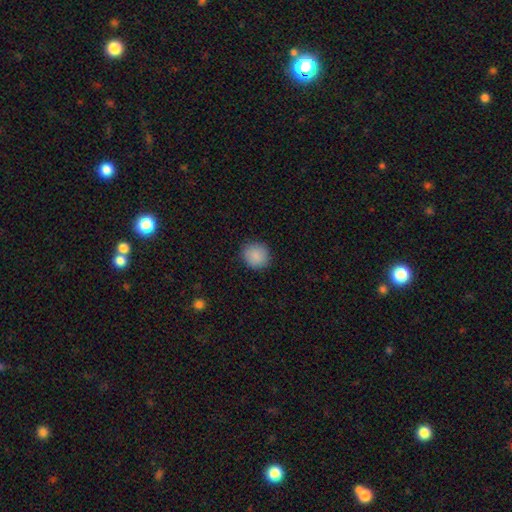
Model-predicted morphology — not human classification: smooth_or_featured: smooth (p=0.89) [alt: star or artifact p=0.08]
how_rounded: round (p=0.90) [alt: in between p=0.09]
merging: none (p=0.89) [alt: minor disturbance p=0.07]